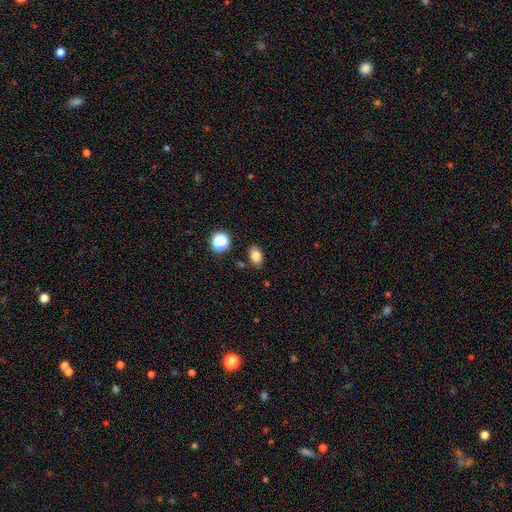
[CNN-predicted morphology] Smooth or featured? Predicted: smooth (p=0.82). How rounded? Predicted: in between (p=0.83). Merging? Predicted: none (p=0.84).